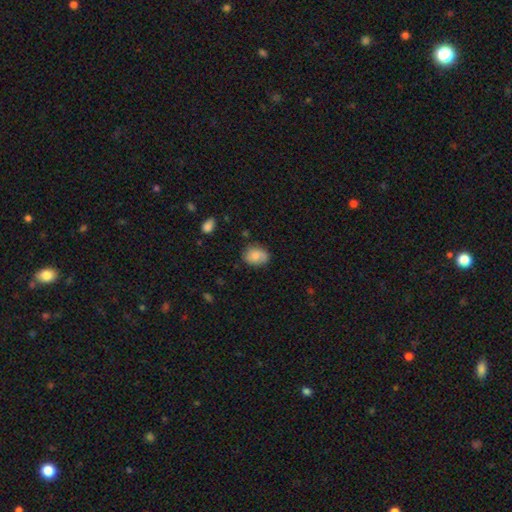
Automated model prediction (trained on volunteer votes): Smooth or featured?
  - smooth: 70% *
  - featured or disk: 21%
  - star or artifact: 8%
How rounded?
  - in between: 63% *
  - round: 35%
  - cigar-shaped: 1%
Merging?
  - none: 66% *
  - minor disturbance: 26%
  - major disturbance: 6%
  - merger: 3%